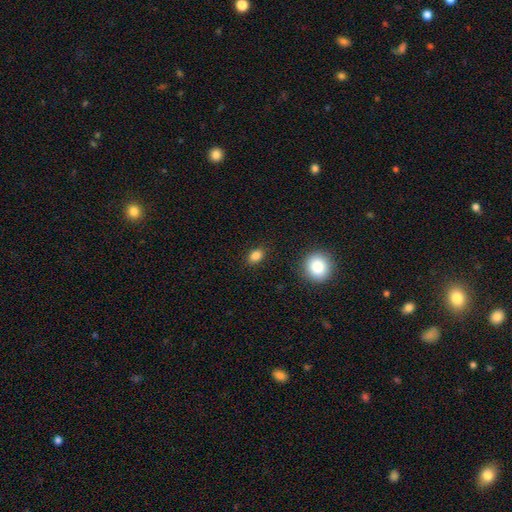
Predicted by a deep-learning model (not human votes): smooth_or_featured: smooth (p=0.84) [alt: star or artifact p=0.12]
how_rounded: in between (p=0.68) [alt: round p=0.30]
merging: none (p=0.87) [alt: minor disturbance p=0.09]